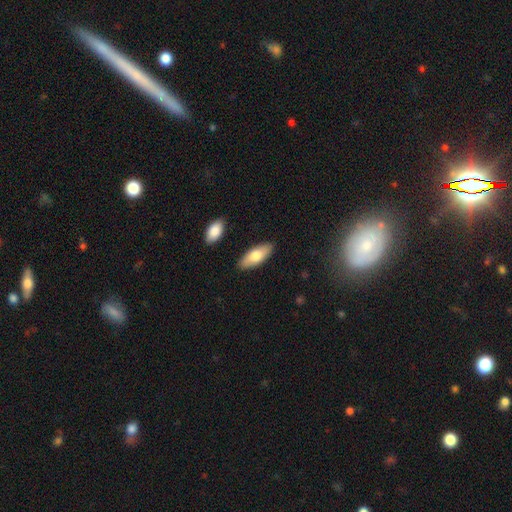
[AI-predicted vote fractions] Smooth or featured? smooth (75%)
How rounded? in between (79%)
Merging? none (87%)